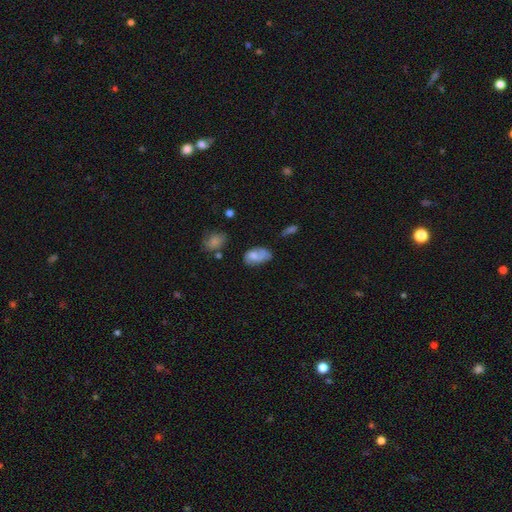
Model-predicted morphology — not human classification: Smooth or featured?
  - smooth: 63% *
  - featured or disk: 28%
  - star or artifact: 9%
How rounded?
  - in between: 89% *
  - round: 8%
  - cigar-shaped: 2%
Merging?
  - none: 45% *
  - minor disturbance: 33%
  - major disturbance: 16%
  - merger: 7%